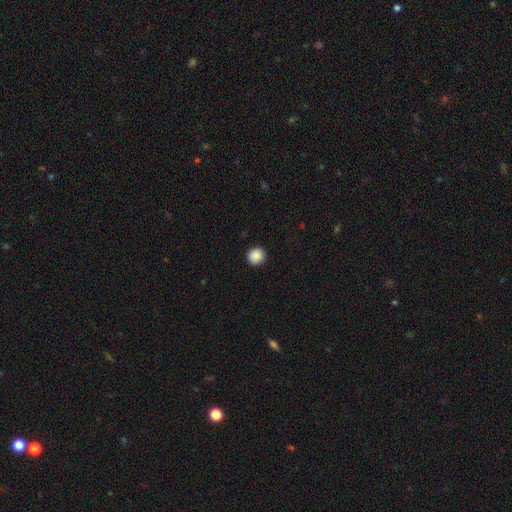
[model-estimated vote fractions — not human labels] Smooth or featured?
  - smooth: 89% *
  - star or artifact: 9%
  - featured or disk: 3%
How rounded?
  - round: 94% *
  - in between: 5%
  - cigar-shaped: 1%
Merging?
  - none: 93% *
  - minor disturbance: 5%
  - major disturbance: 2%
  - merger: 1%